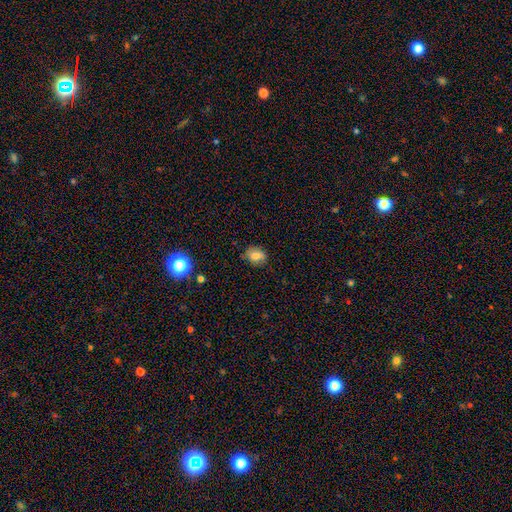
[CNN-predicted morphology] The model was most divided on "how rounded": in between: 55%, round: 43%, cigar-shaped: 1%. More confident: merging — none (81%); smooth or featured — smooth (79%).